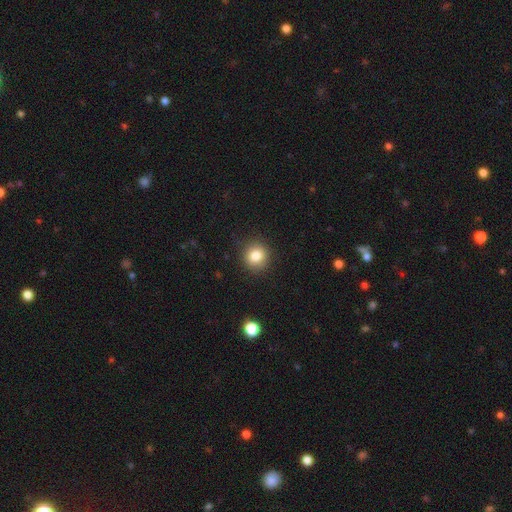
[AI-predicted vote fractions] Smooth or featured? smooth (84%)
How rounded? round (86%)
Merging? none (89%)